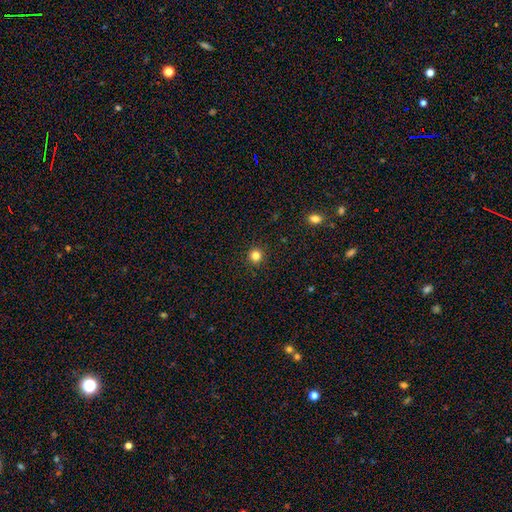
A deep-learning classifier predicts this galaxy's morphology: Q: Smooth or featured?
A: smooth (83%); runner-up: star or artifact (13%)
Q: How rounded?
A: round (95%); runner-up: in between (4%)
Q: Merging?
A: none (93%); runner-up: minor disturbance (5%)